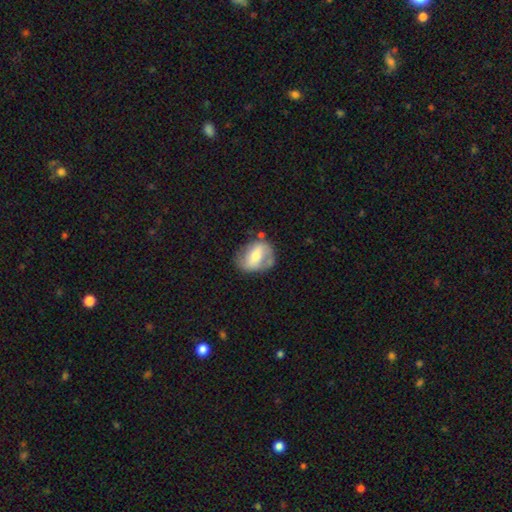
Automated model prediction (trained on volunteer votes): This is possibly a featured or disk galaxy (53%). It is clearly not viewed edge-on (95%). Bar: marginally weak (36%). Spiral arm pattern: likely yes (64%). Central bulge: possibly moderate (55%). Merging: likely none (60%).